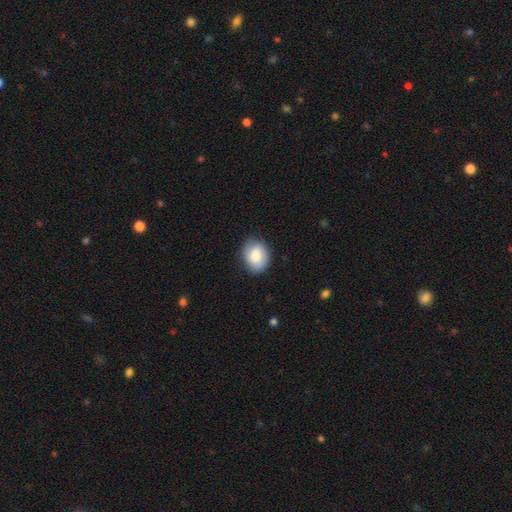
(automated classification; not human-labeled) Q: Smooth or featured?
A: smooth (76%); runner-up: featured or disk (17%)
Q: How rounded?
A: in between (59%); runner-up: round (40%)
Q: Merging?
A: none (78%); runner-up: minor disturbance (17%)